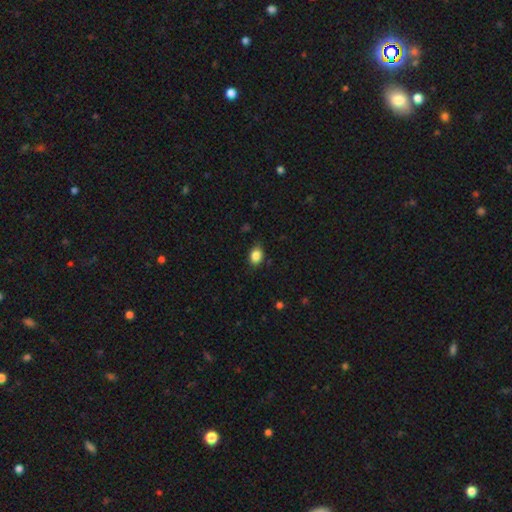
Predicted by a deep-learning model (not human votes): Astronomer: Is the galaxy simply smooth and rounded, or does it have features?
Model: smooth — 86%.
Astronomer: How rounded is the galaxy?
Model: in between — 70%.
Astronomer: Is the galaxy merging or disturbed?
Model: none — 81%.